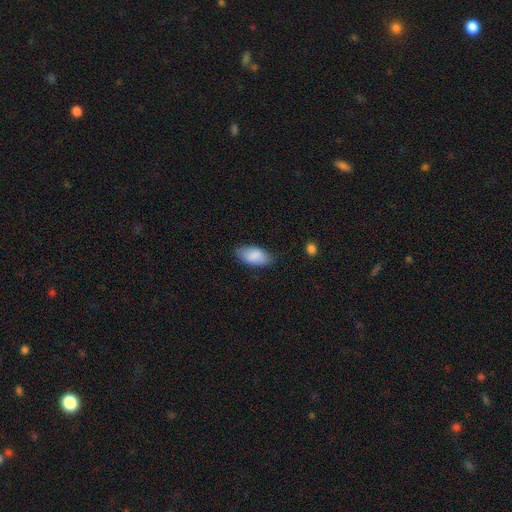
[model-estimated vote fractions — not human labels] smooth 86%, featured or disk 8%, star or artifact 6%. Down the decision tree: how rounded — in between (93%); merging — none (76%).